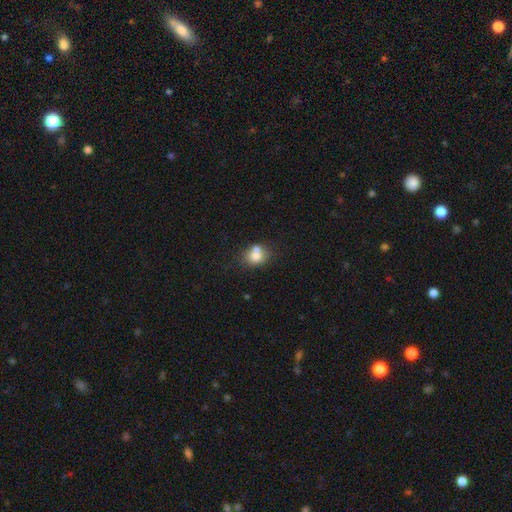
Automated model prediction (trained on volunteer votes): smooth_or_featured: smooth (p=0.73) [alt: featured or disk p=0.16]
how_rounded: round (p=0.62) [alt: in between p=0.37]
merging: none (p=0.46) [alt: merger p=0.37]